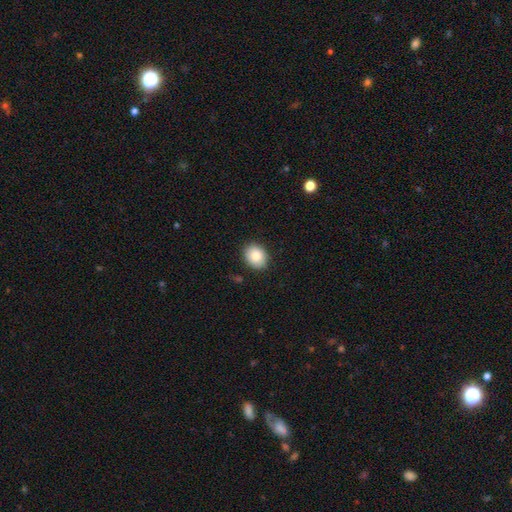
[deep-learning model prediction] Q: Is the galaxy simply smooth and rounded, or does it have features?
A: smooth — 83%.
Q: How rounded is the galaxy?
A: round — 51%.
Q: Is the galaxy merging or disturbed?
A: none — 87%.